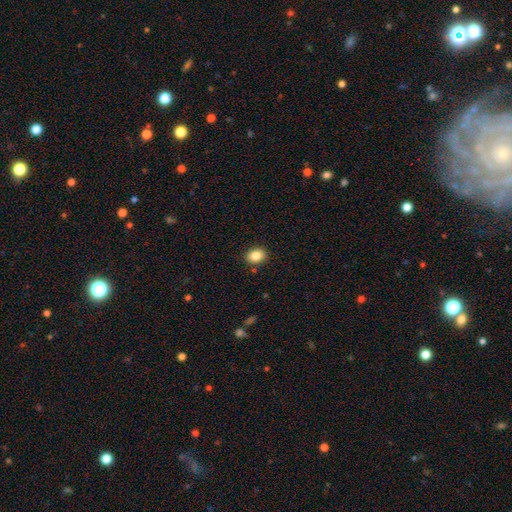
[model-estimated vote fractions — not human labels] smooth_or_featured: smooth (p=0.86) [alt: star or artifact p=0.09]
how_rounded: in between (p=0.63) [alt: round p=0.36]
merging: none (p=0.88) [alt: minor disturbance p=0.08]